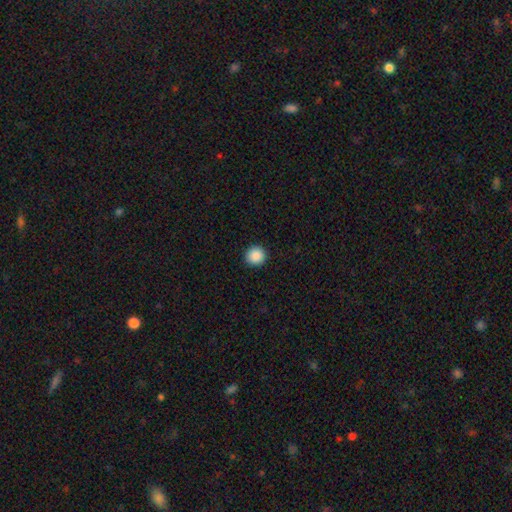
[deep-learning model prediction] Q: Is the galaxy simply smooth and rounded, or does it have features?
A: smooth — 89%.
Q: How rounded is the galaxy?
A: round — 94%.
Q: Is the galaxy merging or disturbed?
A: none — 93%.